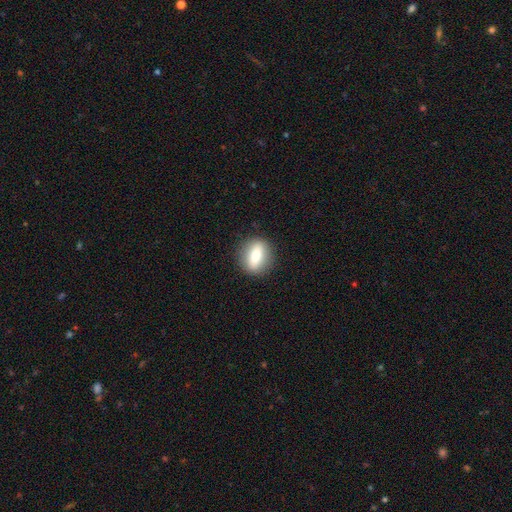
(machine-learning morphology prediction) smooth_or_featured: smooth (p=0.71) [alt: featured or disk p=0.21]
how_rounded: in between (p=0.53) [alt: round p=0.38]
merging: none (p=0.87) [alt: minor disturbance p=0.09]